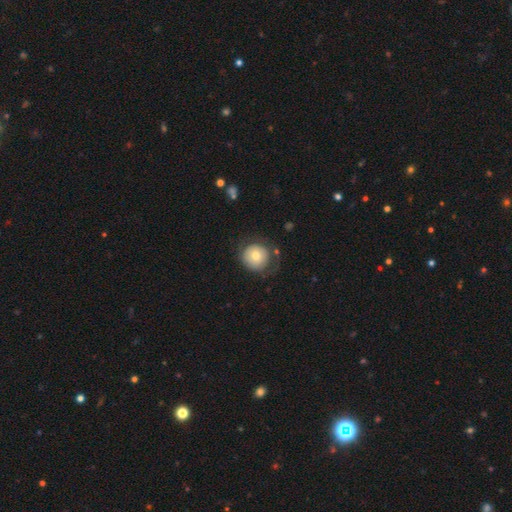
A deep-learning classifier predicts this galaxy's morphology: Smooth or featured?
  - smooth: 66% *
  - featured or disk: 27%
  - star or artifact: 8%
How rounded?
  - round: 91% *
  - in between: 8%
  - cigar-shaped: 1%
Merging?
  - none: 61% *
  - minor disturbance: 20%
  - major disturbance: 16%
  - merger: 3%